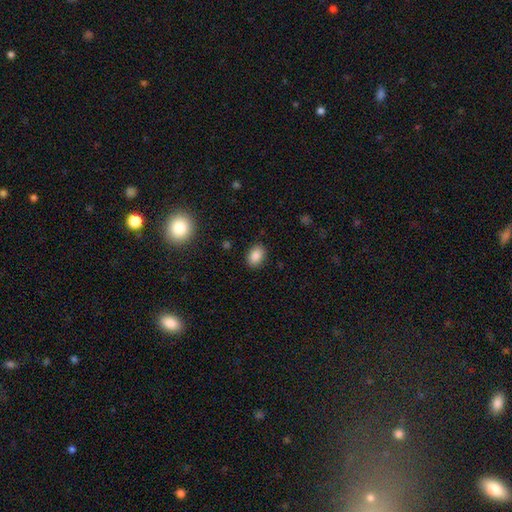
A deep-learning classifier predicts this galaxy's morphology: smooth-or-featured: smooth: 87% | star or artifact: 9% | featured or disk: 4%
  how-rounded: in between: 79% | round: 20% | cigar-shaped: 1%
  merging: none: 87% | minor disturbance: 9% | major disturbance: 3% | merger: 1%